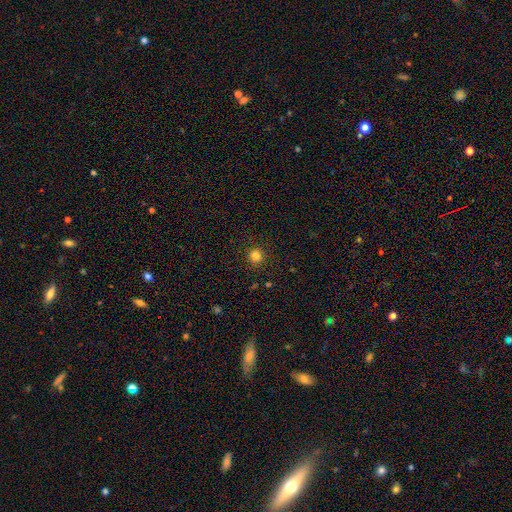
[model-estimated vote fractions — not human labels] Smooth or featured: smooth — 82% (star or artifact — 13%)
How rounded: round — 94% (in between — 5%)
Merging: none — 91% (minor disturbance — 6%)